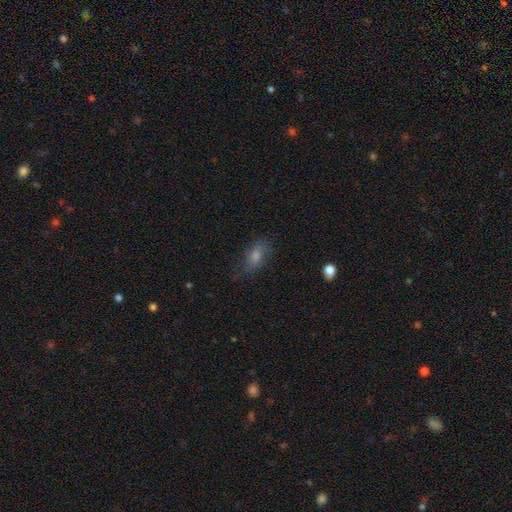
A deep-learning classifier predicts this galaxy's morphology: A smooth galaxy with no disk features (70%) that is in between round and cigar-shaped (85%).

Vote fractions:
- Smooth or featured? smooth: 70% / featured or disk: 19% / star or artifact: 11%
- How rounded? in between: 85% / round: 10% / cigar-shaped: 6%
- Merging? none: 67% / minor disturbance: 22% / major disturbance: 10% / merger: 2%